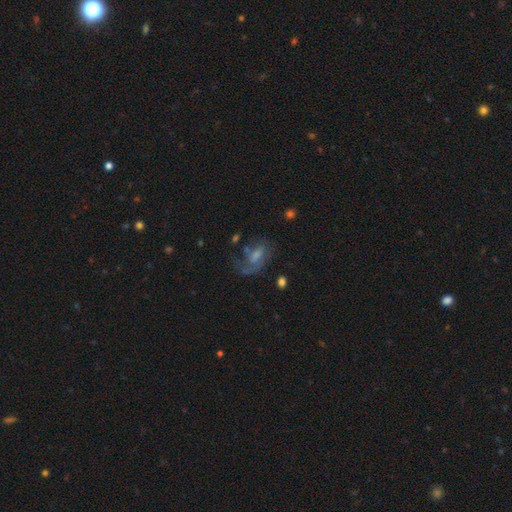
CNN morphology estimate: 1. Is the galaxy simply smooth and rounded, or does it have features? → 60% featured or disk, 22% smooth, 17% star or artifact.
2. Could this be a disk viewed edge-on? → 96% no, 4% yes.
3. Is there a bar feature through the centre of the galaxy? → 51% no, 39% weak, 9% strong.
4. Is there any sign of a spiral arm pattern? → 77% yes, 23% no.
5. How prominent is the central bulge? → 36% moderate (tied), 36% small (tied), 18% none, 8% large, 2% dominant.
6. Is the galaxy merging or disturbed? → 46% none, 30% major disturbance, 19% minor disturbance, 5% merger.